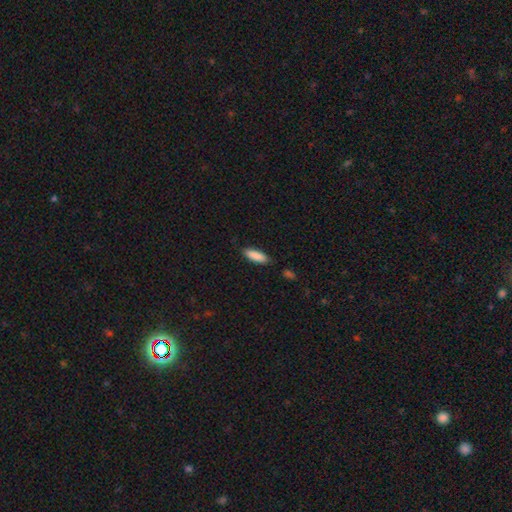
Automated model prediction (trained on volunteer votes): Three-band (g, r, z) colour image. It shows a smooth galaxy with no disk features (88%) that is cigar-shaped (50%). Merging: none (83%).